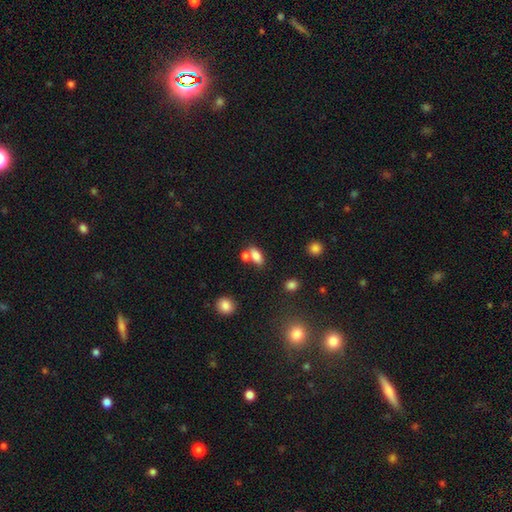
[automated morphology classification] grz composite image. It shows a smooth galaxy with no disk features (79%) that is in between round and cigar-shaped (81%). Merging: none (51%).